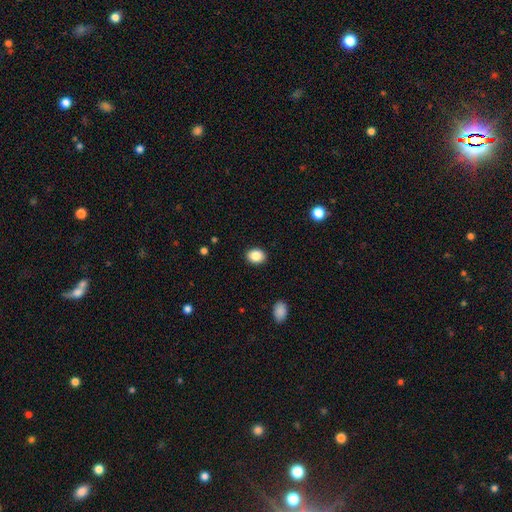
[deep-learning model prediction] Q: Smooth or featured?
A: smooth (87%); runner-up: star or artifact (9%)
Q: How rounded?
A: in between (56%); runner-up: round (44%)
Q: Merging?
A: none (90%); runner-up: minor disturbance (7%)